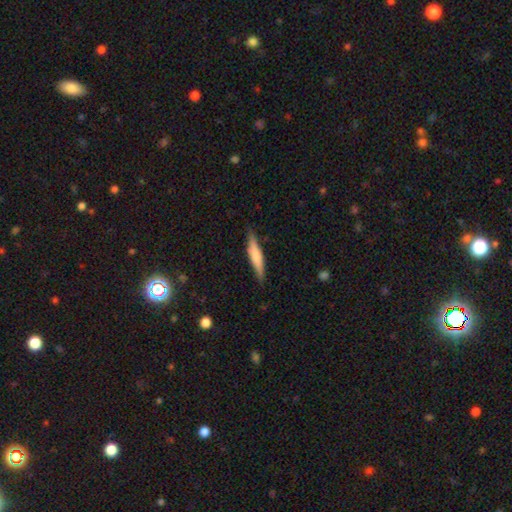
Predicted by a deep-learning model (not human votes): Morphology: type=smooth (60%); roundness=cigar-shaped (86%); merging=none (85%).